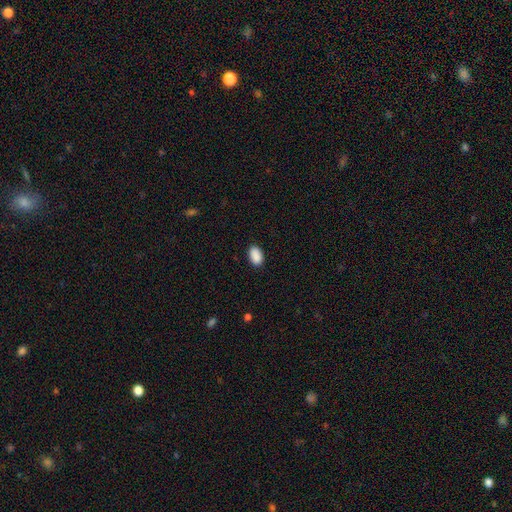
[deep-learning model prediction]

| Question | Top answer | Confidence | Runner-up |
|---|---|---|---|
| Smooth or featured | smooth | 91% | star or artifact (7%) |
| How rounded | in between | 92% | round (7%) |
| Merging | none | 88% | minor disturbance (9%) |